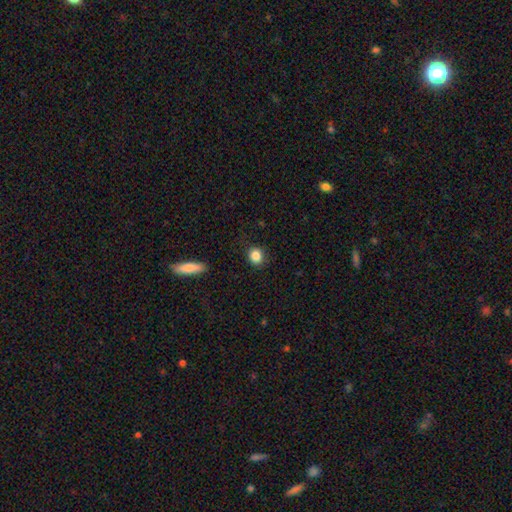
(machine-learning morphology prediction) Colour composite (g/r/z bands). It shows a smooth galaxy with no disk features (86%) that is round (79%). Merging: none (87%).